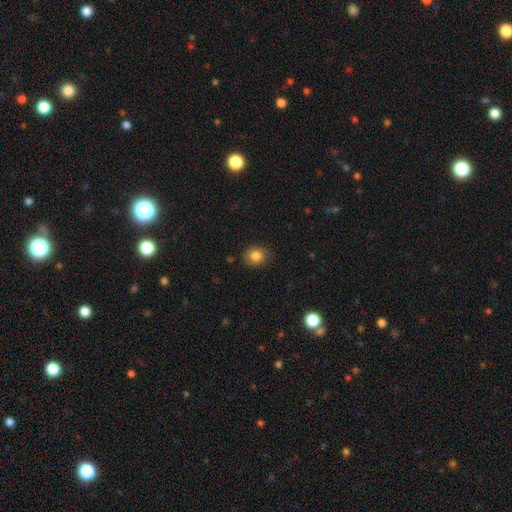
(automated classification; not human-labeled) This appears to be a smooth galaxy with no disk features (84%) that is round (68%). Merging: none (86%).